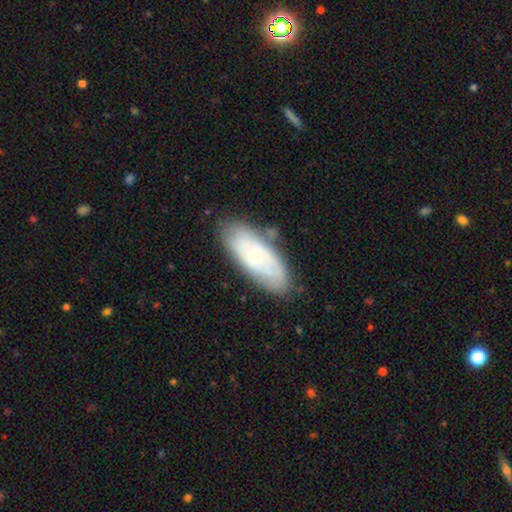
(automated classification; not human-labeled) This appears to be a featured or disk galaxy (52%). Merging: none (74%).